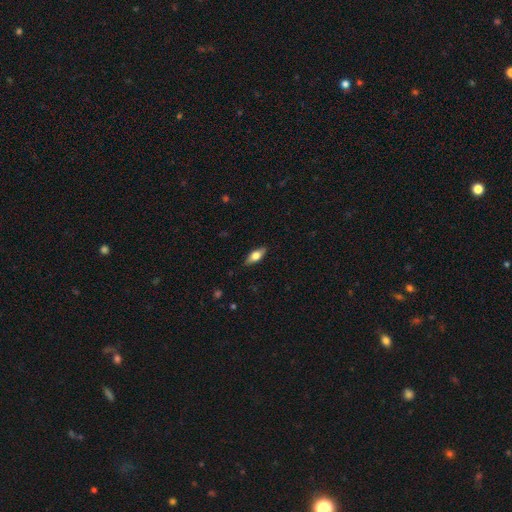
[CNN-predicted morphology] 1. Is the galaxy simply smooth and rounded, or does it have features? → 61% smooth, 33% featured or disk, 7% star or artifact.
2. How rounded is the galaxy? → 75% in between, 21% cigar-shaped, 3% round.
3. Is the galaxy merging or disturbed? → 86% none, 11% minor disturbance, 2% major disturbance, 1% merger.